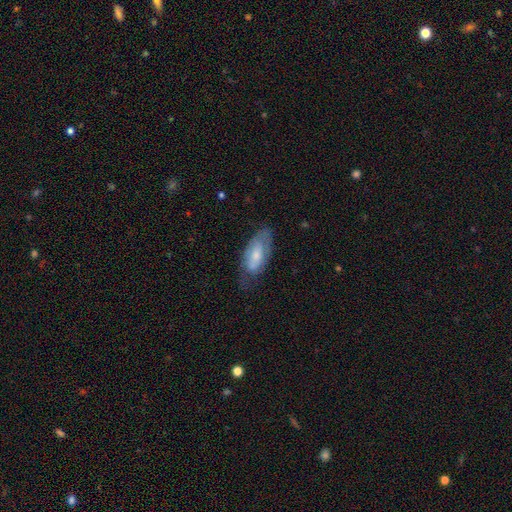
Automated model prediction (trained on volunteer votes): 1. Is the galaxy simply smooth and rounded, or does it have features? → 48% smooth, 46% featured or disk, 6% star or artifact.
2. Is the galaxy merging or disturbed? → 58% none, 28% minor disturbance, 13% major disturbance, 2% merger.